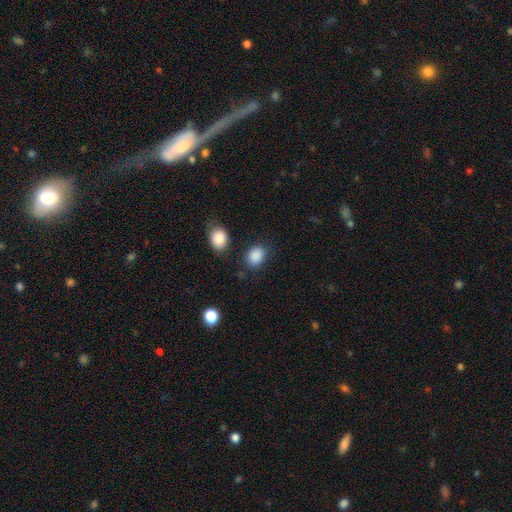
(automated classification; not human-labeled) This is clearly a smooth galaxy (88%). How rounded: likely in between (60%). Merging: likely none (78%).